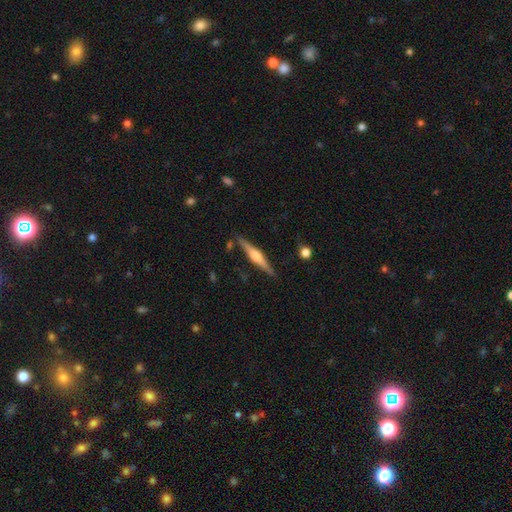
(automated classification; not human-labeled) This appears to be a featured or disk galaxy (73%) viewed edge-on (98%) with a rounded central bulge (82%). Merging: none (88%).